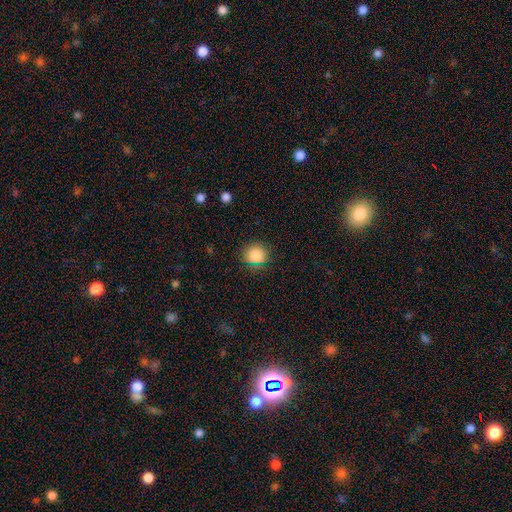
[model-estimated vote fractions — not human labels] Overall: smooth (82%). How rounded: round (92%). Merging: none (87%).